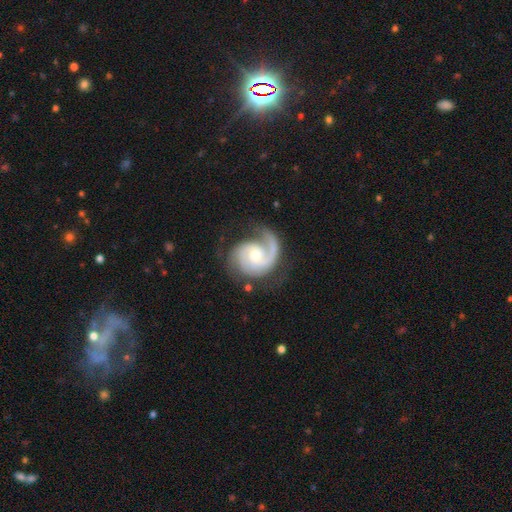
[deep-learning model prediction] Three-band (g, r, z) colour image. It shows a featured or disk galaxy (89%) with no bar (65%), 2 (47%) medium (44%) spiral arms (98%) and a moderate central bulge (60%). Merging: none (66%).